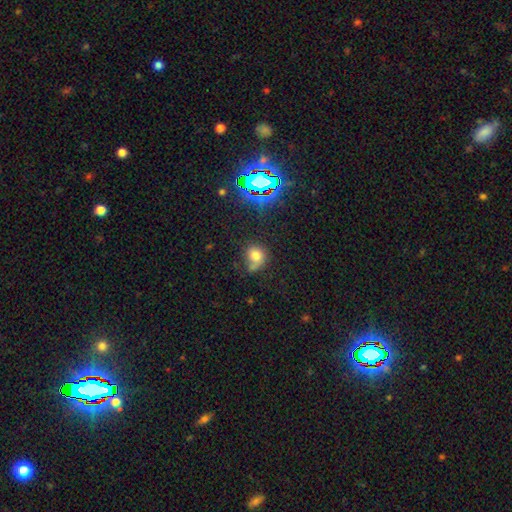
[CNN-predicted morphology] A smooth galaxy with no disk features (69%) that is round (69%).

Vote fractions:
- Smooth or featured? smooth: 69% / star or artifact: 17% / featured or disk: 14%
- How rounded? round: 69% / in between: 29% / cigar-shaped: 1%
- Merging? none: 44% / minor disturbance: 27% / major disturbance: 19% / merger: 10%